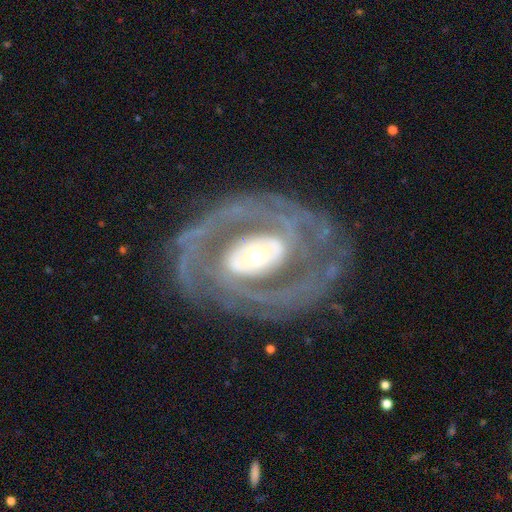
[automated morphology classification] smooth-or-featured: featured or disk: 88% | smooth: 7% | star or artifact: 5%
  disk-edge-on: no: 96% | yes: 4%
    bar: no: 50% | weak: 27% | strong: 23%
    has-spiral-arms: yes: 90% | no: 10%
      spiral-winding: tight: 54% | medium: 35% | loose: 11%
      spiral-arm-count: 2: 63% | can't tell: 14% | 3: 10% | 1: 5% | 4: 4% | more than 4: 4%
    bulge-size: moderate: 53% | small: 29% | large: 15% | dominant: 2% | none: 1%
  merging: none: 75% | minor disturbance: 14% | major disturbance: 10% | merger: 1%